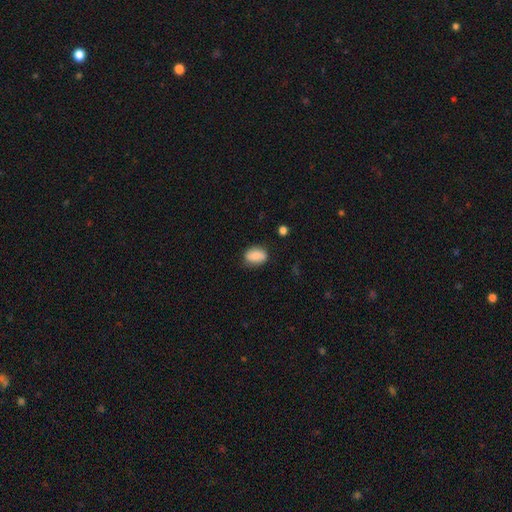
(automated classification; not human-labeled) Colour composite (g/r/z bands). It shows a smooth galaxy with no disk features (79%) that is in between round and cigar-shaped (75%). Merging: none (74%).